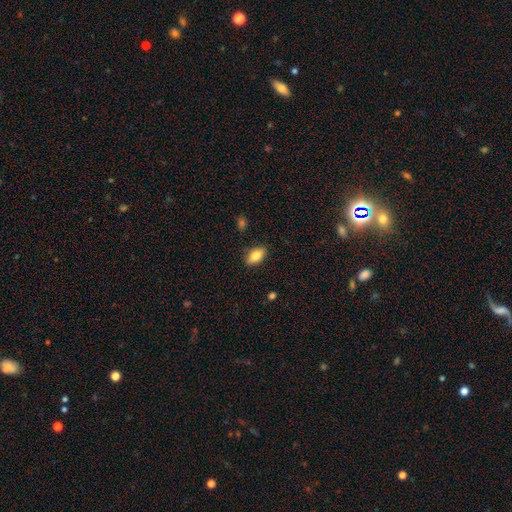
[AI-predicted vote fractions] Smooth or featured? Predicted: smooth (p=0.81). How rounded? Predicted: in between (p=0.90). Merging? Predicted: none (p=0.86).